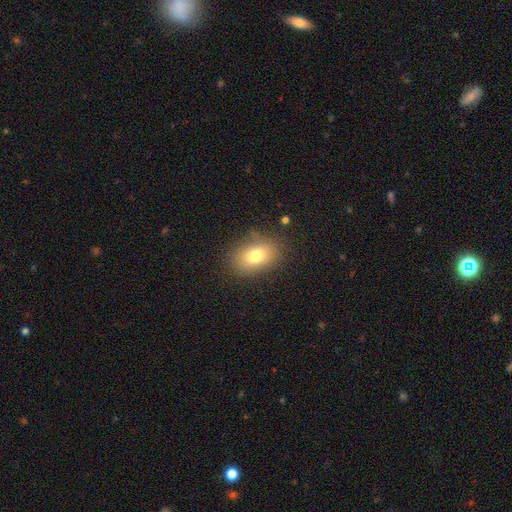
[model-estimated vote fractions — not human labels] Smooth or featured: smooth — 78% (featured or disk — 12%)
How rounded: in between — 82% (round — 16%)
Merging: none — 81% (minor disturbance — 13%)